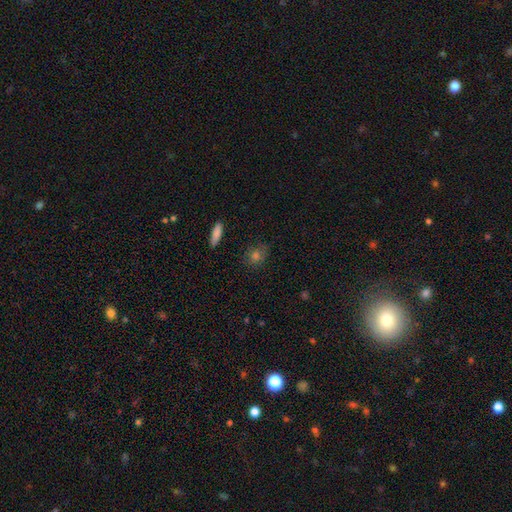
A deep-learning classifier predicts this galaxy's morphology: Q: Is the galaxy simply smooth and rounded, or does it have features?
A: smooth — 70%.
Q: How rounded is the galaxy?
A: round — 57%.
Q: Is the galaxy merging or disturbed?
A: none — 79%.